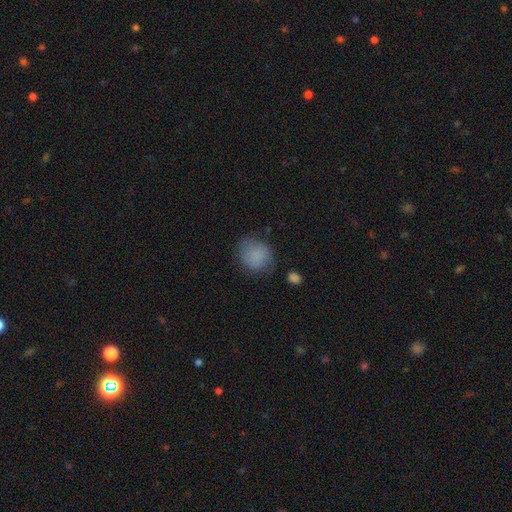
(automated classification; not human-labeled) The model was most divided on "merging": none: 68%, minor disturbance: 22%, major disturbance: 7%, merger: 3%. More confident: smooth or featured — smooth (83%); how rounded — round (75%).